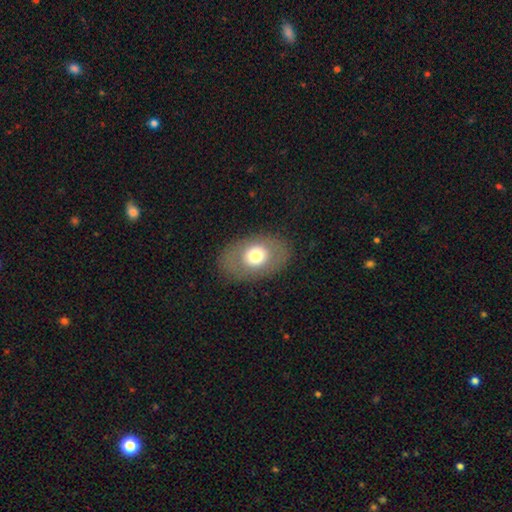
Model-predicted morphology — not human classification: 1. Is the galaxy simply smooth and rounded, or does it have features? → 64% smooth, 28% featured or disk, 8% star or artifact.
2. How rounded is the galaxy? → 78% in between, 21% round, 1% cigar-shaped.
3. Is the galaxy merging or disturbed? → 84% none, 10% minor disturbance, 5% major disturbance, 1% merger.